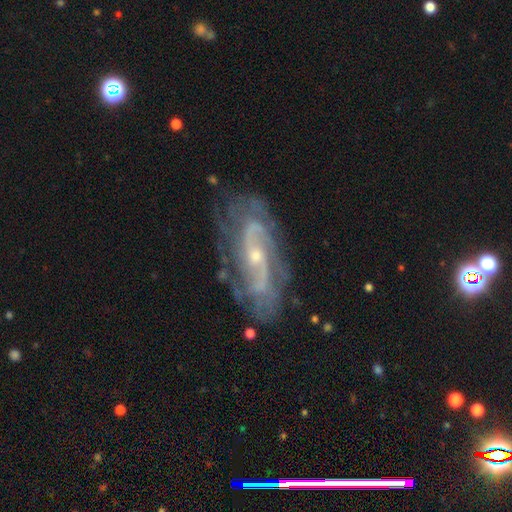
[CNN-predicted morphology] A featured or disk galaxy (89%) with no bar (52%), 2 (62%) medium (45%) spiral arms (96%) and a small central bulge (63%).

Vote fractions:
- Smooth or featured? featured or disk: 89% / star or artifact: 6% / smooth: 6%
- Edge-on disk? no: 94% / yes: 6%
- Bar? no: 52% / weak: 37% / strong: 12%
- Spiral arms? yes: 96% / no: 4%
- Spiral winding? medium: 45% / tight: 35% / loose: 20%
- Spiral arm count? 2: 62% / can't tell: 17% / 3: 9% / 4: 4% / 1: 4% / more than 4: 3%
- Bulge size? small: 63% / moderate: 34% / none: 1% / large: 1% / dominant: 1%
- Merging? none: 73% / minor disturbance: 18% / major disturbance: 7% / merger: 2%